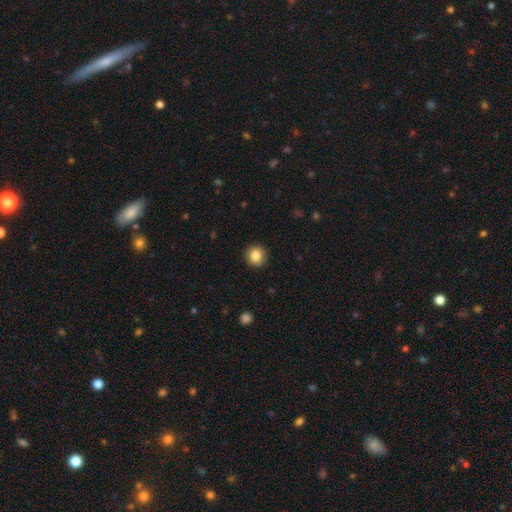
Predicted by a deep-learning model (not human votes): A smooth galaxy with no disk features (86%) that is round (91%).

Vote fractions:
- Smooth or featured? smooth: 86% / star or artifact: 9% / featured or disk: 5%
- How rounded? round: 91% / in between: 8% / cigar-shaped: 1%
- Merging? none: 91% / minor disturbance: 7% / major disturbance: 2% / merger: 1%